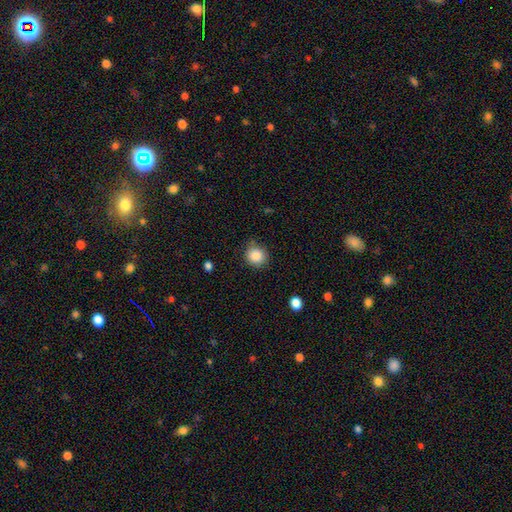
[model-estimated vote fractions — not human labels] This appears to be a smooth galaxy with no disk features (87%) that is round (89%). Merging: none (79%).